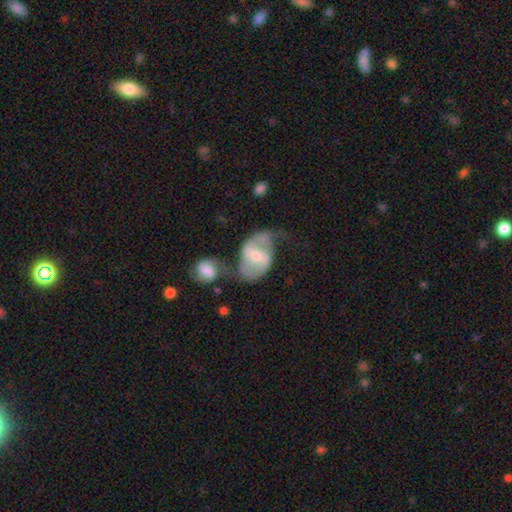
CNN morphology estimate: A featured or disk galaxy (81%) with a weak bar (47%), 2 (89%) medium (44%) spiral arms (92%) and a small central bulge (48%). Merging: none (40%).